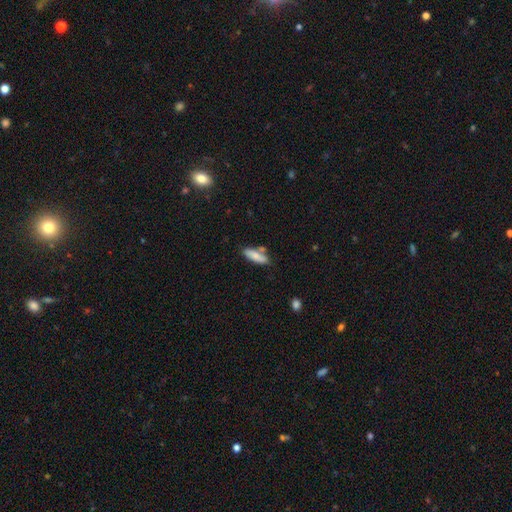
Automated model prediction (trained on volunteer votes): Overall: smooth (79%). How rounded: in between (55%; cigar-shaped 43%). Merging: none (68%).